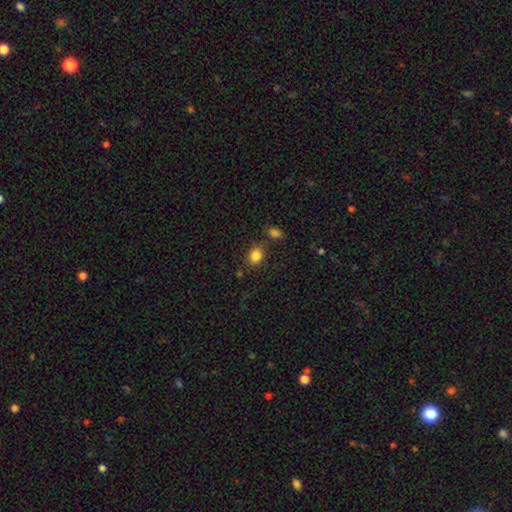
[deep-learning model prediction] Q: Smooth or featured?
A: smooth (85%); runner-up: star or artifact (10%)
Q: How rounded?
A: in between (57%); runner-up: round (42%)
Q: Merging?
A: none (75%); runner-up: minor disturbance (13%)